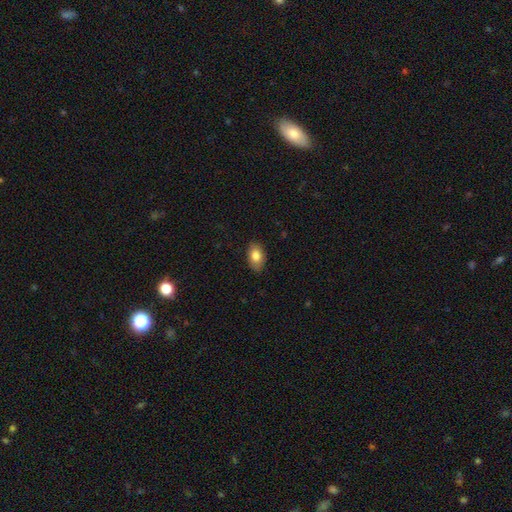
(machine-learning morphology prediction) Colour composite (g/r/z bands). It shows a smooth galaxy with no disk features (82%) that is in between round and cigar-shaped (90%). Merging: none (86%).